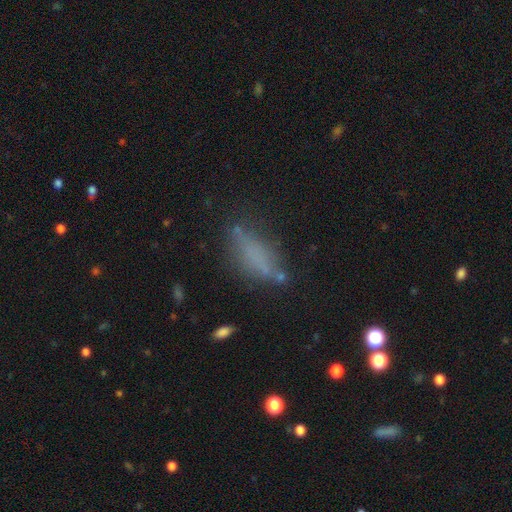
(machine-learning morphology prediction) smooth_or_featured: smooth (p=0.62) [alt: featured or disk p=0.21]
how_rounded: in between (p=0.59) [alt: cigar-shaped p=0.37]
merging: none (p=0.57) [alt: minor disturbance p=0.23]